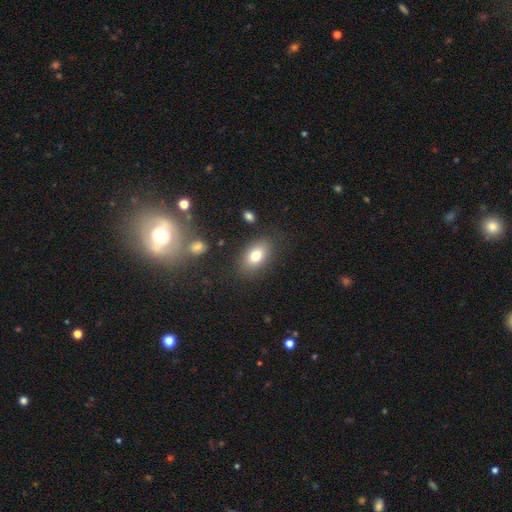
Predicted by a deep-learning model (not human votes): smooth_or_featured: smooth (p=0.77) [alt: featured or disk p=0.14]
how_rounded: in between (p=0.86) [alt: round p=0.12]
merging: none (p=0.82) [alt: minor disturbance p=0.12]